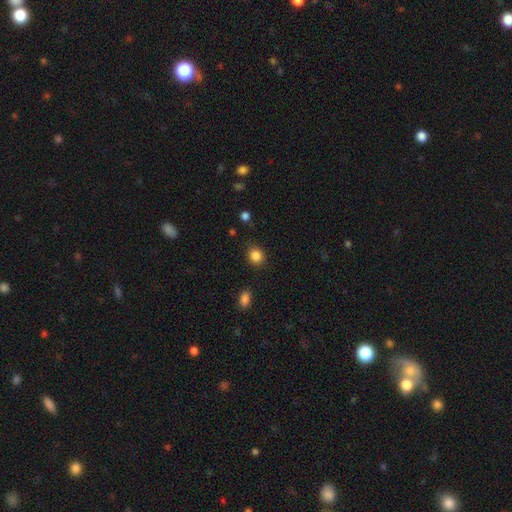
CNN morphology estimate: This appears to be a smooth galaxy with no disk features (86%) that is round (70%). Merging: none (86%).